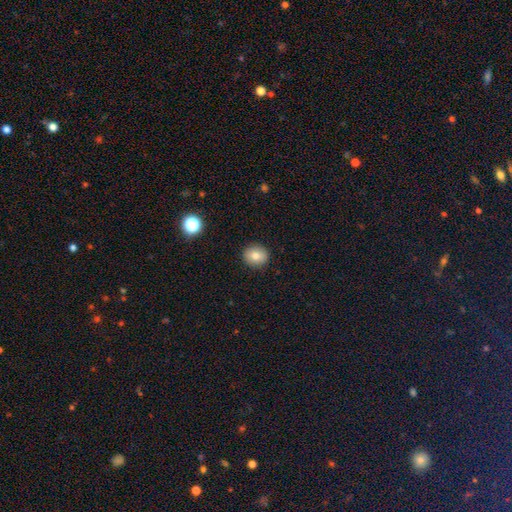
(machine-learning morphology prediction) The model was most divided on "how rounded": round: 80%, in between: 19%, cigar-shaped: 1%. More confident: merging — none (91%); smooth or featured — smooth (79%).